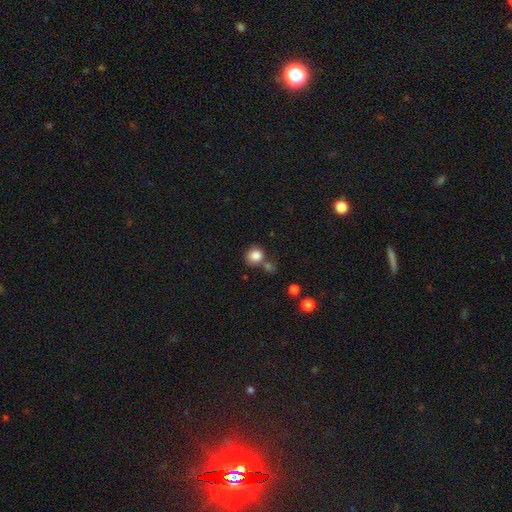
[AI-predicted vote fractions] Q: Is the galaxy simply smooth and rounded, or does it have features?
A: smooth — 84%.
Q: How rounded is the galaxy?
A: round — 78%.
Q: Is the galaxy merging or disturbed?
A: none — 61%.